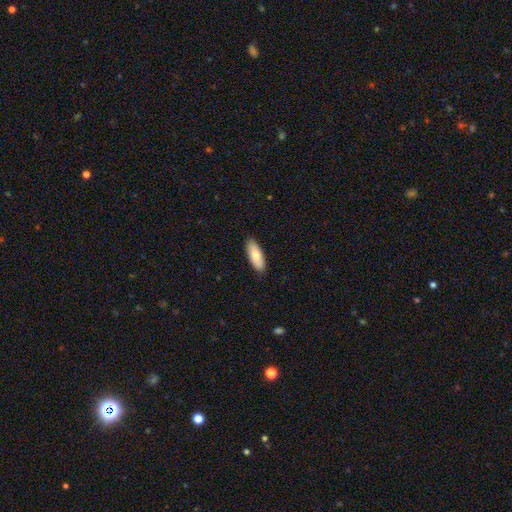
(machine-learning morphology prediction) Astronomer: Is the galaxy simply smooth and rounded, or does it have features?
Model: smooth — 81%.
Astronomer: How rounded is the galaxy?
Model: in between — 70%.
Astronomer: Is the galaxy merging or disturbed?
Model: none — 89%.